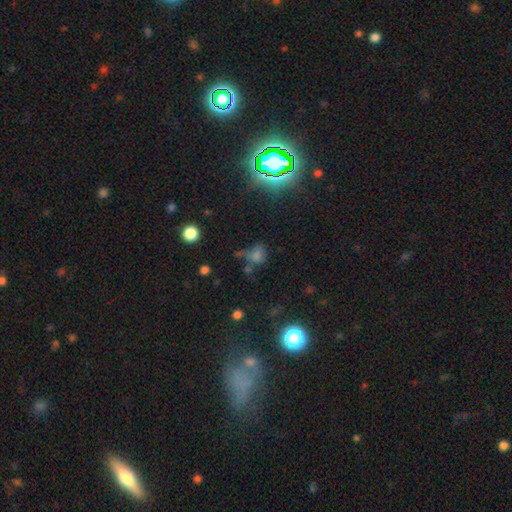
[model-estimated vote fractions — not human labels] smooth_or_featured: smooth (p=0.57) [alt: star or artifact p=0.30]
how_rounded: round (p=0.51) [alt: in between p=0.46]
merging: none (p=0.38) [alt: minor disturbance p=0.21]